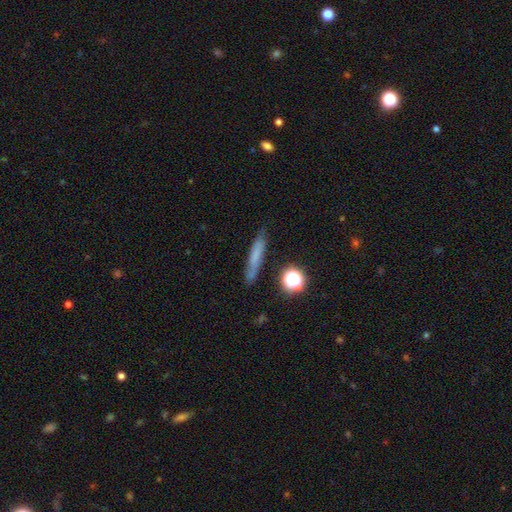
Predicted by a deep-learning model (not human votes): smooth_or_featured: smooth (p=0.62) [alt: featured or disk p=0.26]
how_rounded: cigar-shaped (p=0.86) [alt: in between p=0.08]
merging: none (p=0.81) [alt: minor disturbance p=0.14]